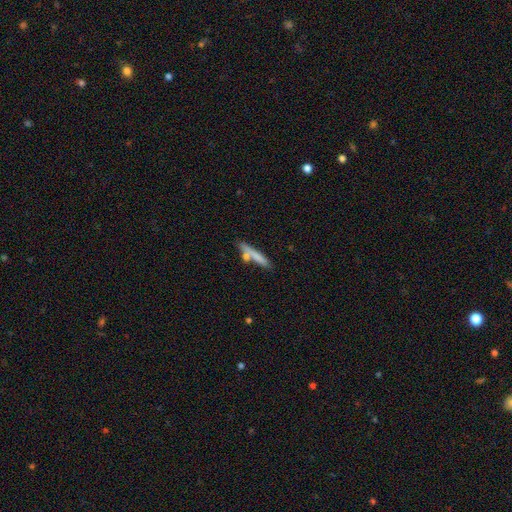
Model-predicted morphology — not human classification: A smooth galaxy with no disk features (70%) that is cigar-shaped (89%).

Vote fractions:
- Smooth or featured? smooth: 70% / featured or disk: 23% / star or artifact: 7%
- How rounded? cigar-shaped: 89% / in between: 9% / round: 2%
- Merging? none: 61% / merger: 21% / minor disturbance: 14% / major disturbance: 4%